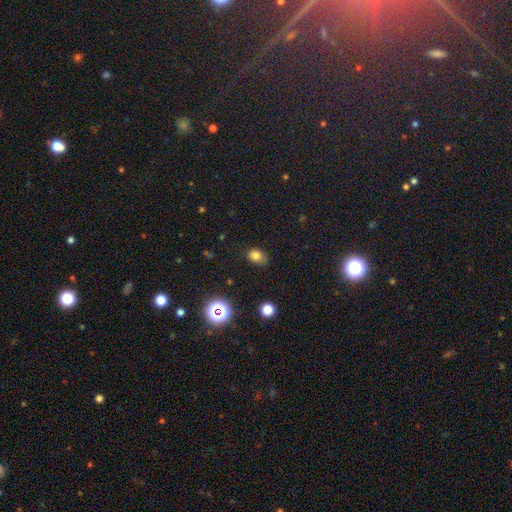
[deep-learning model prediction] Smooth or featured? smooth (78%)
How rounded? in between (58%)
Merging? none (71%)